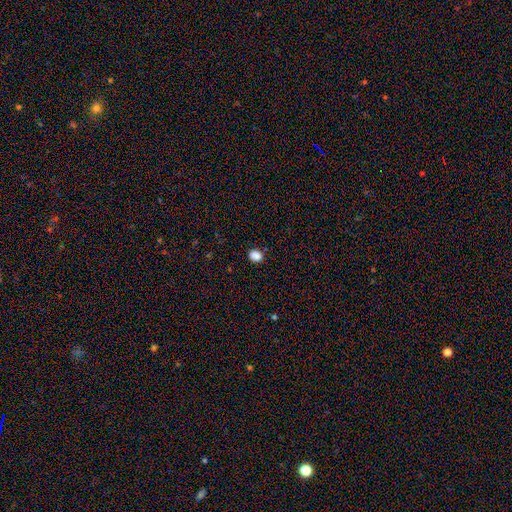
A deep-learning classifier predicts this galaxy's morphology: smooth_or_featured: smooth (p=0.86) [alt: star or artifact p=0.11]
how_rounded: in between (p=0.50) [alt: round p=0.49]
merging: none (p=0.87) [alt: minor disturbance p=0.09]